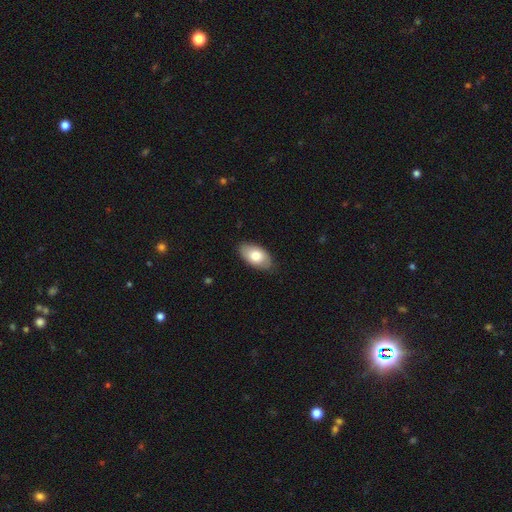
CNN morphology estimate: Smooth or featured: smooth — 77% (featured or disk — 17%)
How rounded: in between — 94% (round — 4%)
Merging: none — 84% (minor disturbance — 13%)